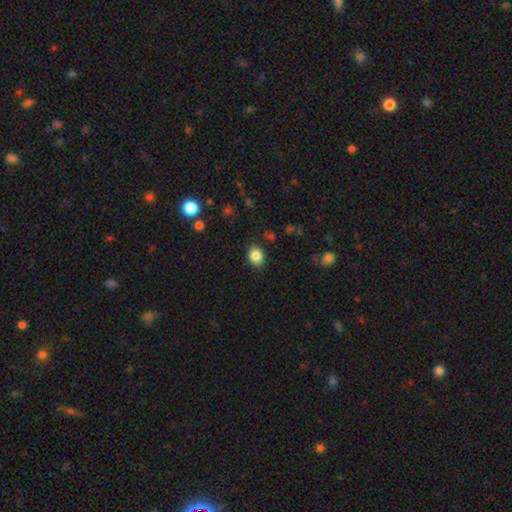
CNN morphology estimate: A smooth galaxy with no disk features (85%) that is round (52%). Merging: none (85%).